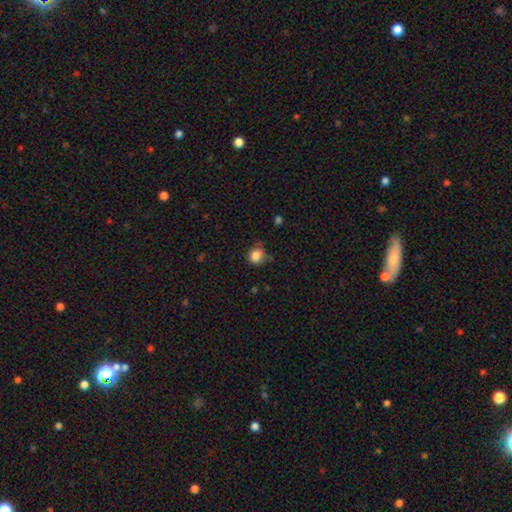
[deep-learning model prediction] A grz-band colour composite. It shows a smooth galaxy with no disk features (83%) that is round (65%). Merging: none (53%).